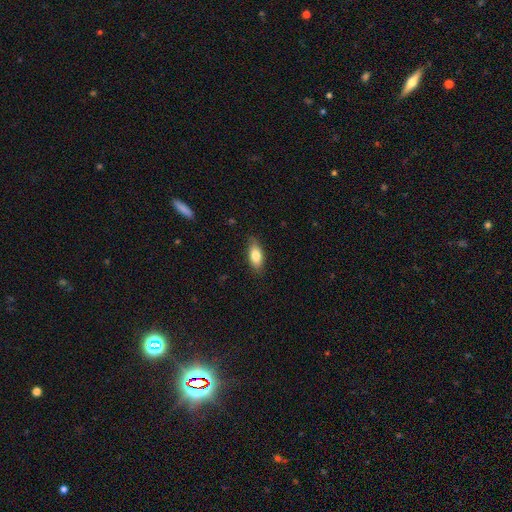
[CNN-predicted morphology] Smooth or featured: smooth — 81% (featured or disk — 13%)
How rounded: in between — 84% (cigar-shaped — 12%)
Merging: none — 82% (minor disturbance — 15%)